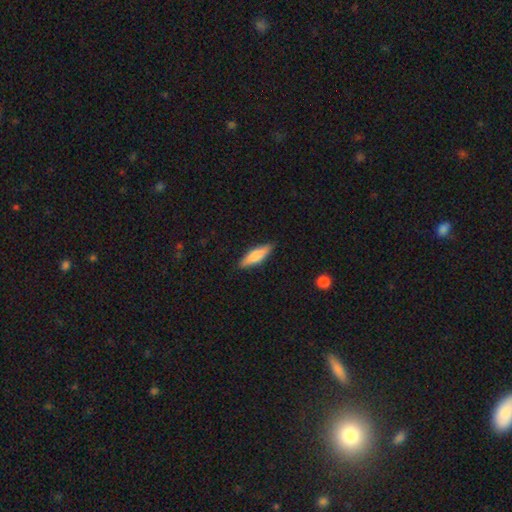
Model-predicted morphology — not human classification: smooth 70%, featured or disk 24%, star or artifact 6%. Down the decision tree: how rounded — cigar-shaped (62%); merging — none (88%).